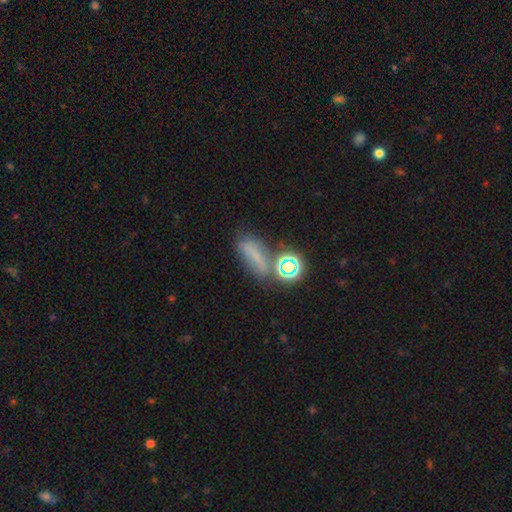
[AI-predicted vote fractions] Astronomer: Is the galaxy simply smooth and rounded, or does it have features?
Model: smooth — 53% (runner-up: star or artifact, 29%).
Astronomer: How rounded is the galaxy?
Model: in between — 53%.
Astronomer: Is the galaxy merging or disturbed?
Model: none — 47%.